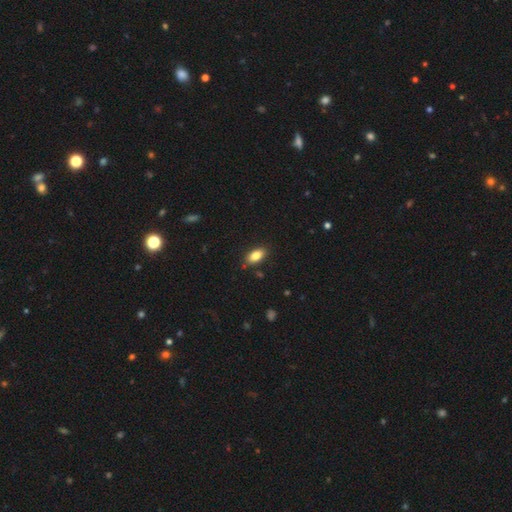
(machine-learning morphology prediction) A smooth galaxy with no disk features (84%) that is in between round and cigar-shaped (90%). Merging: none (85%).